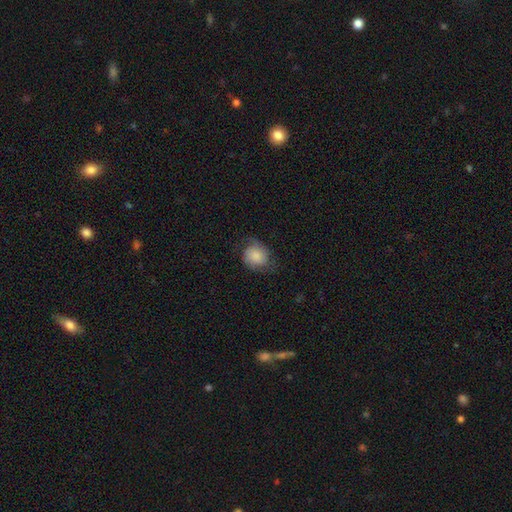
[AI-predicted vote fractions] smooth 57%, featured or disk 34%, star or artifact 9%. Down the decision tree: how rounded — round (66%); merging — none (60%).